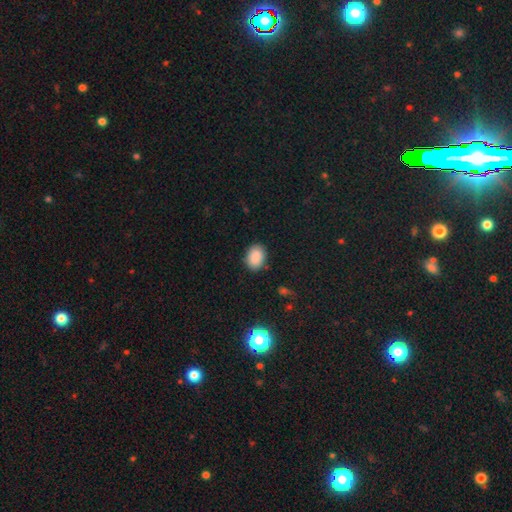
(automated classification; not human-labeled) Q: Smooth or featured?
A: smooth (89%); runner-up: star or artifact (8%)
Q: How rounded?
A: in between (70%); runner-up: round (29%)
Q: Merging?
A: none (85%); runner-up: minor disturbance (11%)